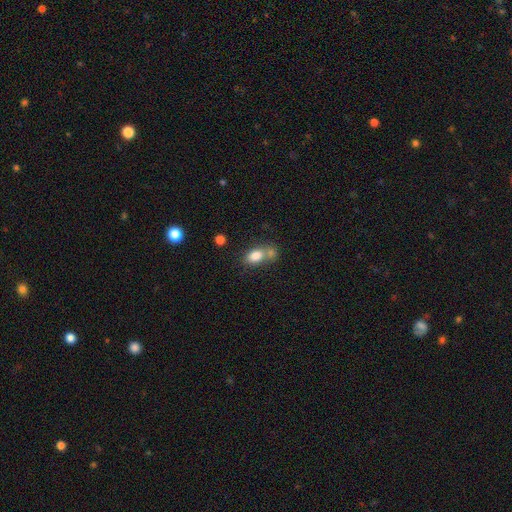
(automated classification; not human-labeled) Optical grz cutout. It shows a smooth galaxy with no disk features (81%) that is in between round and cigar-shaped (80%). Merging: none (41%).